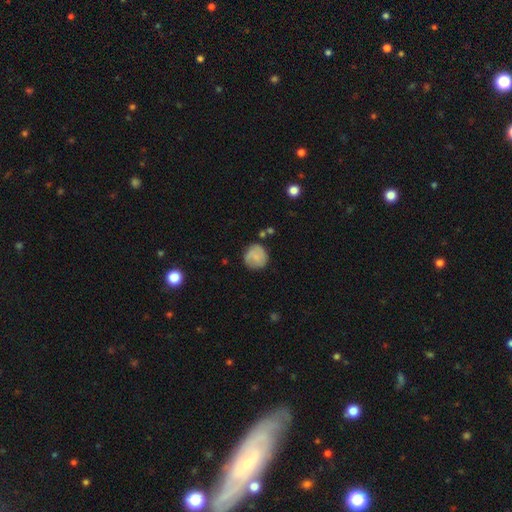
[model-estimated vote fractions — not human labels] Smooth or featured?
  - smooth: 68% *
  - featured or disk: 24%
  - star or artifact: 8%
How rounded?
  - round: 89% *
  - in between: 10%
  - cigar-shaped: 1%
Merging?
  - none: 74% *
  - minor disturbance: 18%
  - major disturbance: 5%
  - merger: 3%